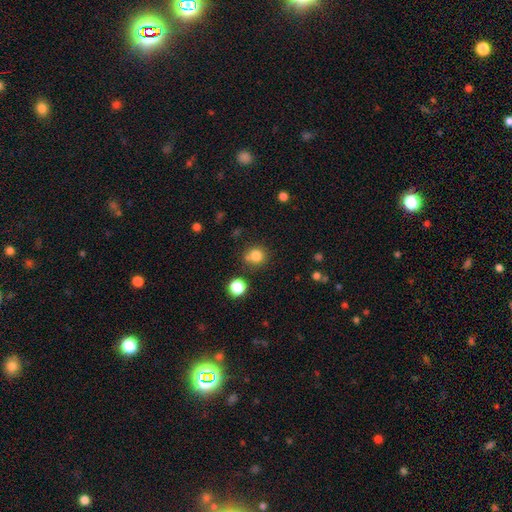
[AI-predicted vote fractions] Overall: smooth (81%). How rounded: round (89%). Merging: none (69%).